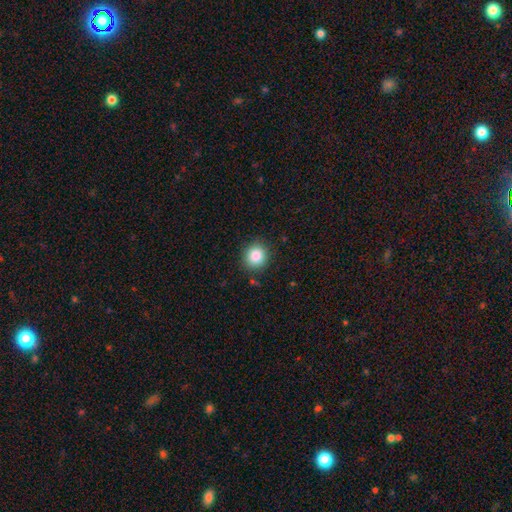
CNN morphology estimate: Smooth or featured? Predicted: smooth (p=0.85). How rounded? Predicted: round (p=0.85). Merging? Predicted: none (p=0.87).